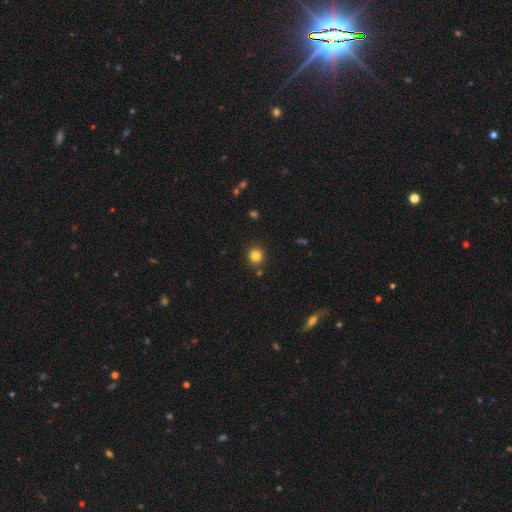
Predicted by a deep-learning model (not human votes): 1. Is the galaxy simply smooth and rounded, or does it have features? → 83% smooth, 12% star or artifact, 5% featured or disk.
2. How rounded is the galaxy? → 90% round, 9% in between, 1% cigar-shaped.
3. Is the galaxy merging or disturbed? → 88% none, 7% minor disturbance, 3% merger, 2% major disturbance.